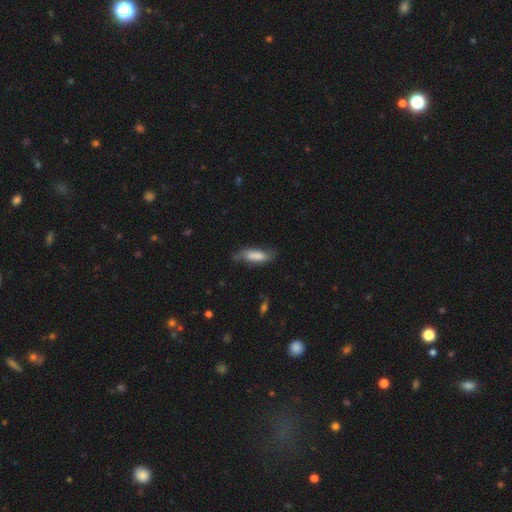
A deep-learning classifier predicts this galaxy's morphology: Smooth or featured?
  - smooth: 75% *
  - featured or disk: 18%
  - star or artifact: 7%
How rounded?
  - in between: 54% *
  - cigar-shaped: 44%
  - round: 2%
Merging?
  - none: 57% *
  - minor disturbance: 31%
  - major disturbance: 10%
  - merger: 2%